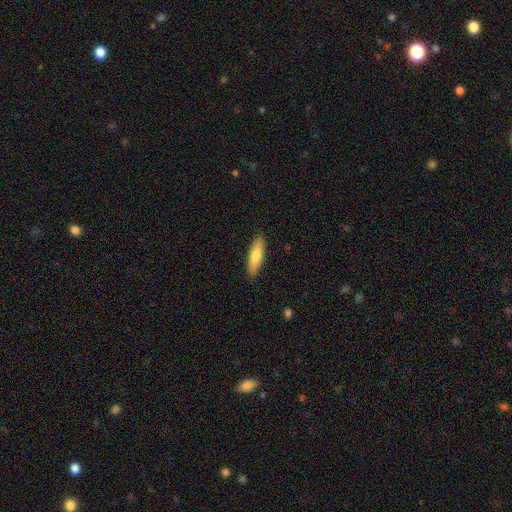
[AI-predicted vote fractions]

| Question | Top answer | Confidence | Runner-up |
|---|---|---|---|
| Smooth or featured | smooth | 74% | featured or disk (20%) |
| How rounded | cigar-shaped | 62% | in between (36%) |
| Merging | none | 89% | minor disturbance (8%) |